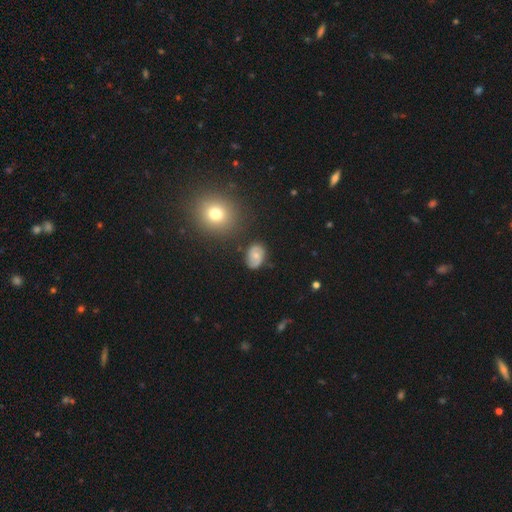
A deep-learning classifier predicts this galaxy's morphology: Q: Smooth or featured?
A: featured or disk (51%); runner-up: smooth (40%)
Q: Edge-on disk?
A: no (97%); runner-up: yes (3%)
Q: Merging?
A: none (78%); runner-up: minor disturbance (15%)